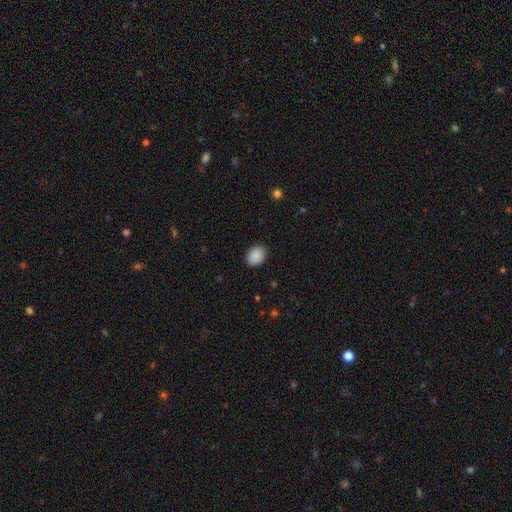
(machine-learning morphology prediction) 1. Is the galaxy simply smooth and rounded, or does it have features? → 89% smooth, 7% star or artifact, 3% featured or disk.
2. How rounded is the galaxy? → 67% in between, 32% round, 1% cigar-shaped.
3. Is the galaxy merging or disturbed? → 89% none, 8% minor disturbance, 2% major disturbance, 1% merger.